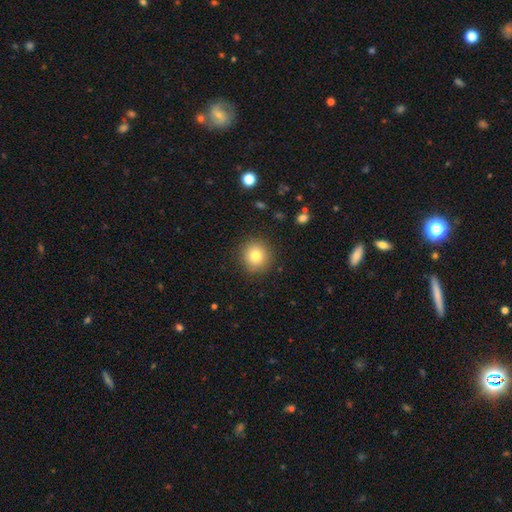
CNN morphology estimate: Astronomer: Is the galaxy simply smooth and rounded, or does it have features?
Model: smooth — 80%.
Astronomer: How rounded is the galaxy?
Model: round — 90%.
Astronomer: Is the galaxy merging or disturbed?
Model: none — 89%.